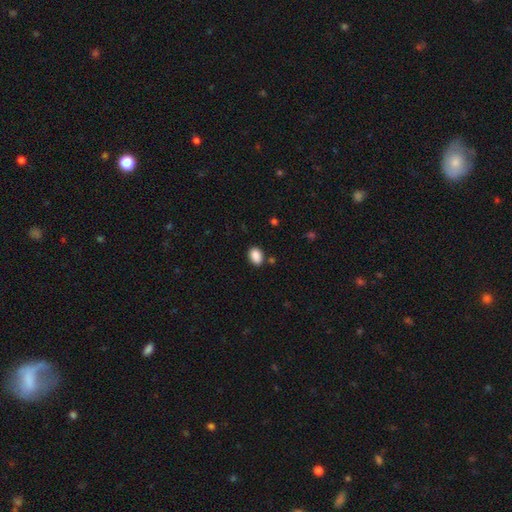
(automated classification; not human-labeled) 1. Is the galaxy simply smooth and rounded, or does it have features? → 89% smooth, 8% star or artifact, 3% featured or disk.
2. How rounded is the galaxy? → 82% in between, 17% round, 1% cigar-shaped.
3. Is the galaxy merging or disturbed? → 82% none, 12% minor disturbance, 3% merger, 3% major disturbance.